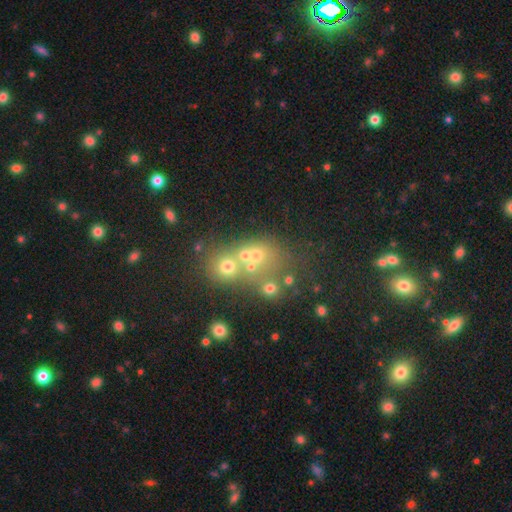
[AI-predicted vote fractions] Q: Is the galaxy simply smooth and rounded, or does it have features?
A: smooth — 46%.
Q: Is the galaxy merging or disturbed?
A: merger — 42%.